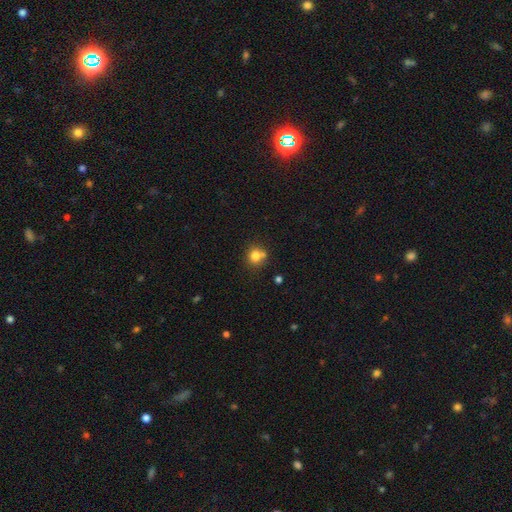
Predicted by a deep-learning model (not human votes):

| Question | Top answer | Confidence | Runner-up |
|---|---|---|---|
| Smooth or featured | smooth | 78% | star or artifact (12%) |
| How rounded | round | 83% | in between (16%) |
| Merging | none | 57% | merger (24%) |